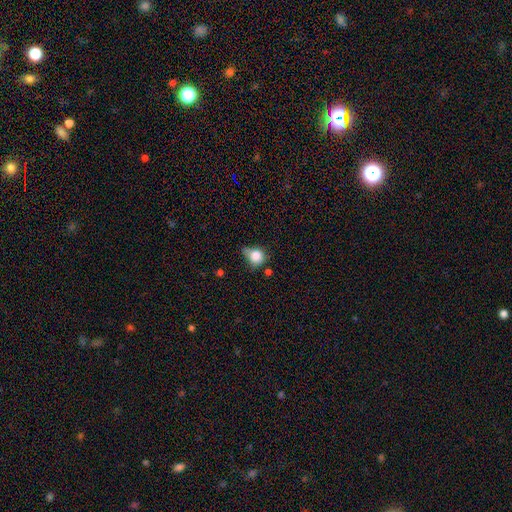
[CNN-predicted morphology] Q: Smooth or featured?
A: smooth (81%); runner-up: star or artifact (10%)
Q: How rounded?
A: round (77%); runner-up: in between (22%)
Q: Merging?
A: none (39%); runner-up: minor disturbance (37%)